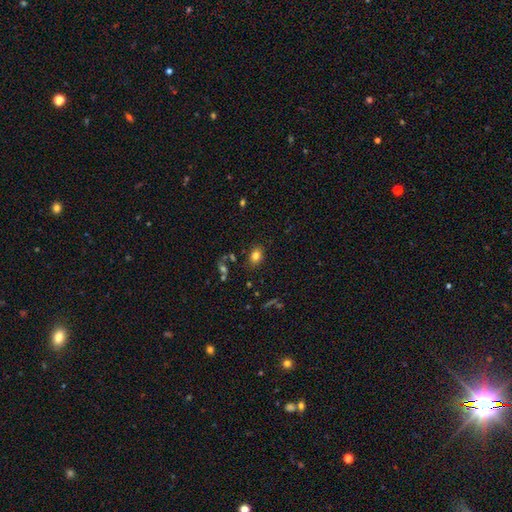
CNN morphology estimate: This is likely a smooth galaxy (80%). How rounded: likely in between (70%). Merging: clearly none (83%).